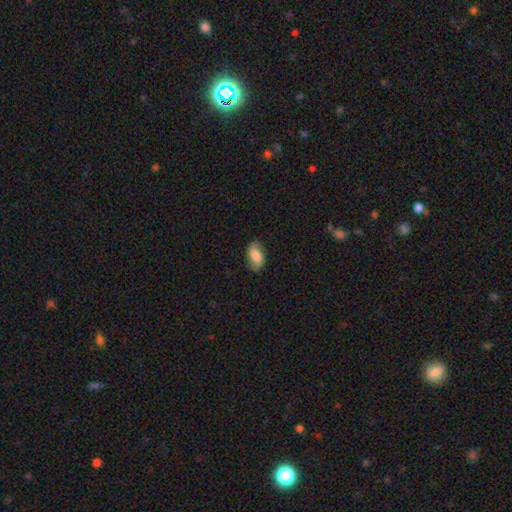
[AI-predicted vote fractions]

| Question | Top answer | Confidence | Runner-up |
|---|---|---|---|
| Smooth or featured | smooth | 70% | featured or disk (22%) |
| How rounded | in between | 91% | round (6%) |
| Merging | none | 76% | minor disturbance (18%) |